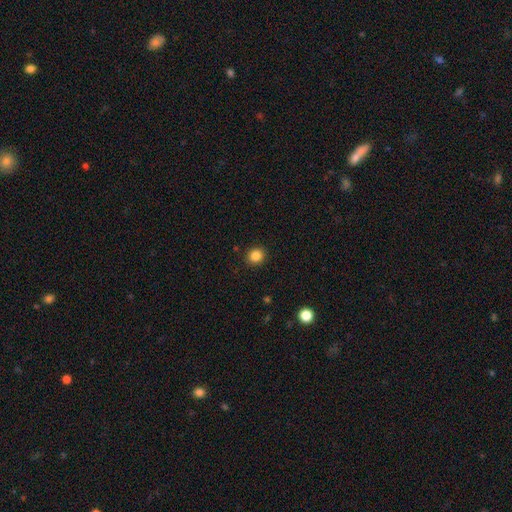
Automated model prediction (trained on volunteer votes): A smooth galaxy with no disk features (85%) that is round (83%).

Vote fractions:
- Smooth or featured? smooth: 85% / star or artifact: 11% / featured or disk: 4%
- How rounded? round: 83% / in between: 16% / cigar-shaped: 1%
- Merging? none: 91% / minor disturbance: 6% / major disturbance: 2% / merger: 1%